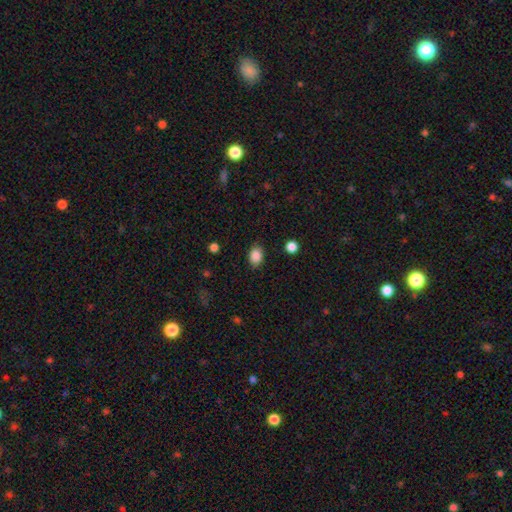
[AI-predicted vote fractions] This is clearly a smooth galaxy (86%). How rounded: likely in between (74%). Merging: clearly none (85%).